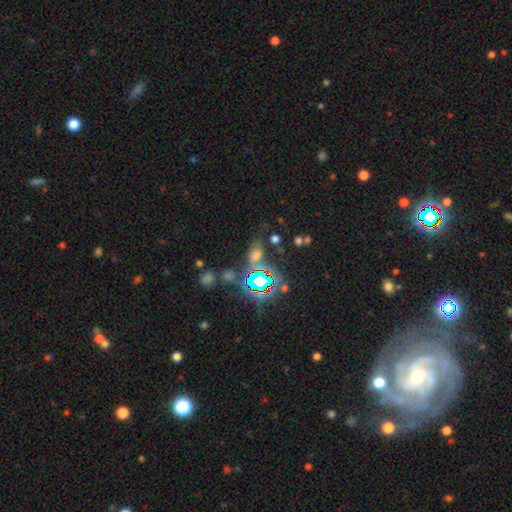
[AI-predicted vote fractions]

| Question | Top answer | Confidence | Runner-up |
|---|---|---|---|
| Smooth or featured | star or artifact | 46% | smooth (44%) |